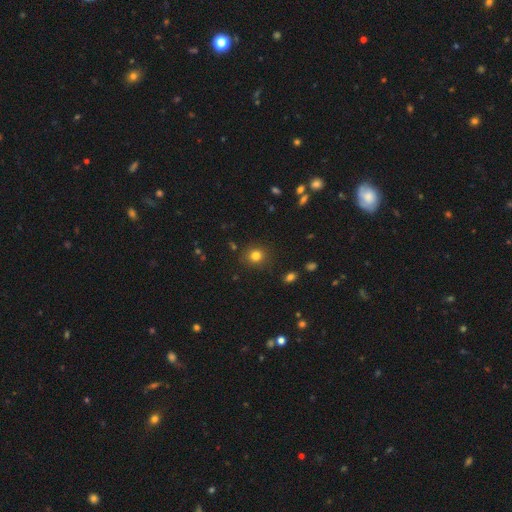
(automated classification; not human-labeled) Smooth or featured? Predicted: smooth (p=0.80). How rounded? Predicted: round (p=0.86). Merging? Predicted: none (p=0.88).